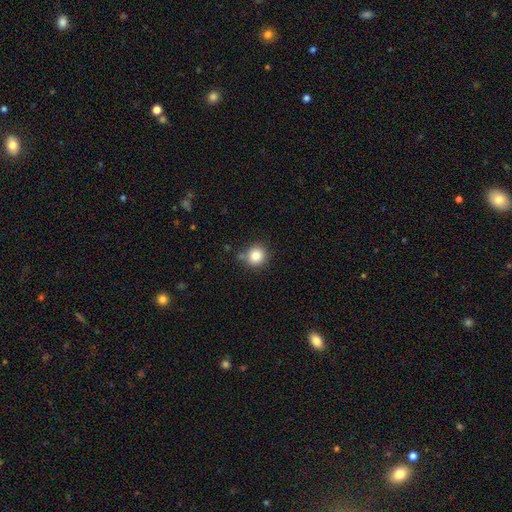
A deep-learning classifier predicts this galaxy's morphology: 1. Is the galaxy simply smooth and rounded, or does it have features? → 84% smooth, 11% star or artifact, 6% featured or disk.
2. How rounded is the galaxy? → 91% round, 8% in between, 1% cigar-shaped.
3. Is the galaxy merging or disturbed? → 80% none, 12% minor disturbance, 5% merger, 3% major disturbance.